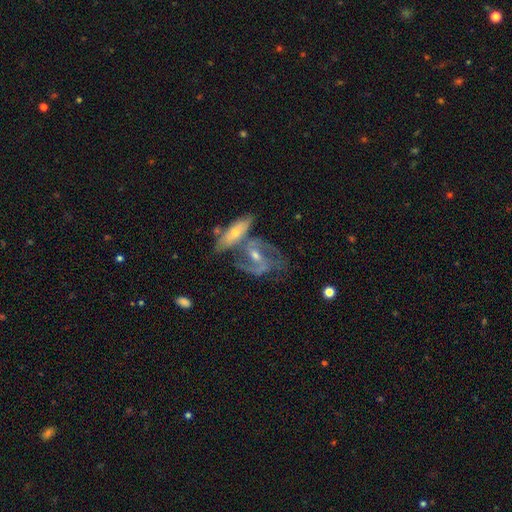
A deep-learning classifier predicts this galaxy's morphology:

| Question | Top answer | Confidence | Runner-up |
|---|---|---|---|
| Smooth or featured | featured or disk | 82% | smooth (11%) |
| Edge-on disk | no | 92% | yes (8%) |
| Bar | weak | 42% | no (34%) |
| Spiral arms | yes | 91% | no (9%) |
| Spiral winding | medium | 52% | tight (28%) |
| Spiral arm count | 2 | 73% | can't tell (13%) |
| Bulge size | moderate | 48% | small (47%) |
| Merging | merger | 43% | none (37%) |